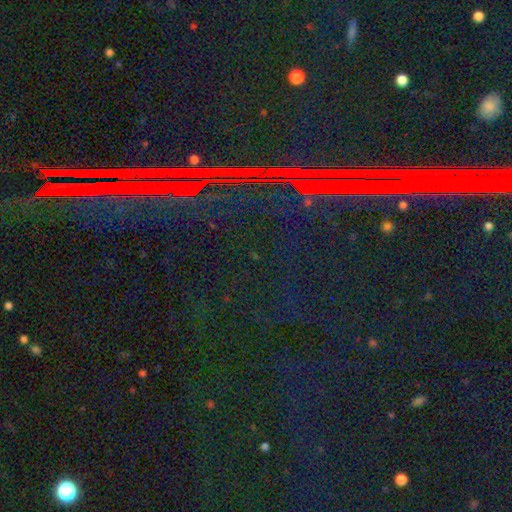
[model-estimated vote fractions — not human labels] Smooth or featured: star or artifact — 88% (featured or disk — 7%)